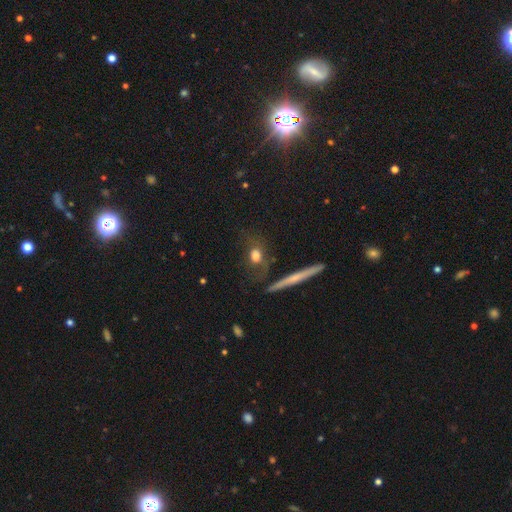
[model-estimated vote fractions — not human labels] Morphology: type=smooth (63%); roundness=in between (43%, tied with round); merging=none (60%).